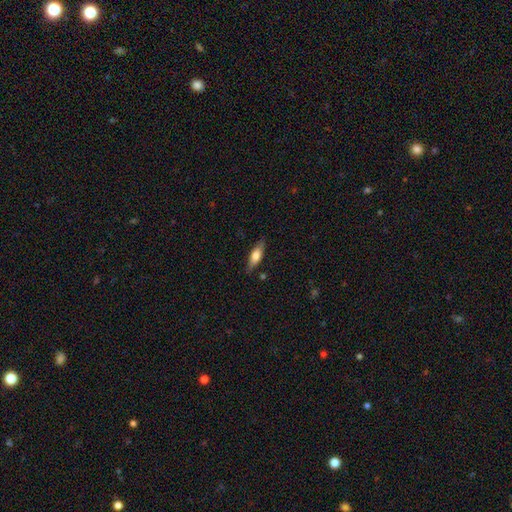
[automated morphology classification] type=smooth (56%); roundness=in between (51%); merging=none (82%).